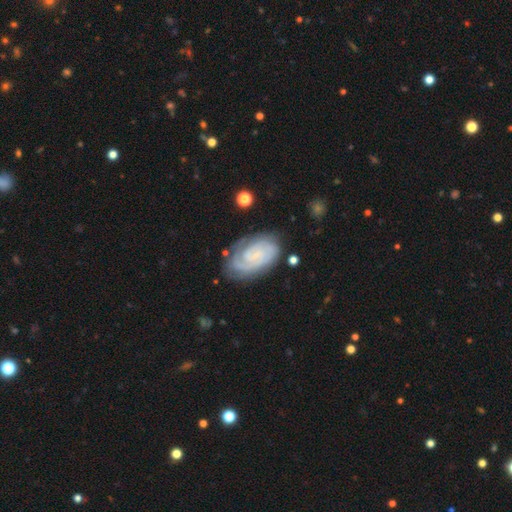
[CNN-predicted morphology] Smooth or featured? featured or disk (80%)
Edge-on disk? no (97%)
Bar? no (61%)
Spiral arms? yes (96%)
Spiral winding? tight (70%)
Spiral arm count? 2 (46%)
Bulge size? small (62%)
Merging? none (73%)